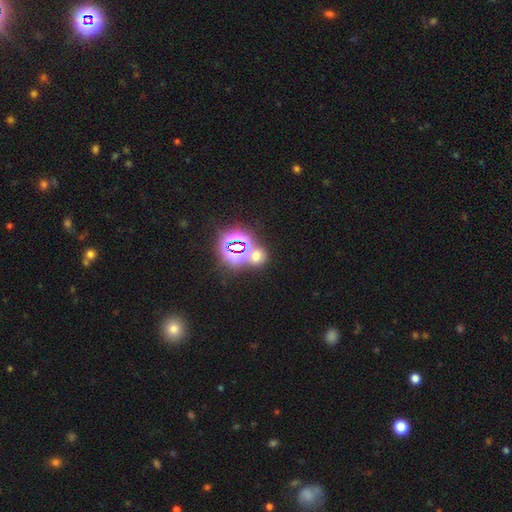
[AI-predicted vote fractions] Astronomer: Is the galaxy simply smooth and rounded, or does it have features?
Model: star or artifact — 49% (runner-up: smooth, 43%).